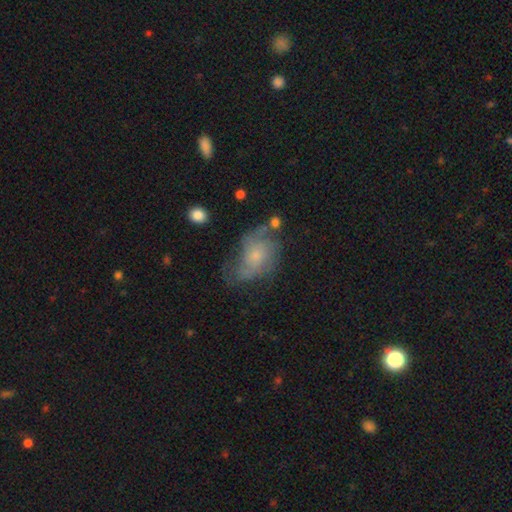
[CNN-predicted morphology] smooth-or-featured: featured or disk: 54% | smooth: 37% | star or artifact: 9%
  disk-edge-on: no: 96% | yes: 4%
    bar: no: 78% | weak: 18% | strong: 3%
    has-spiral-arms: yes: 72% | no: 28%
    bulge-size: small: 65% | moderate: 23% | none: 7% | large: 3% | dominant: 1%
  merging: none: 42% | minor disturbance: 28% | major disturbance: 24% | merger: 6%